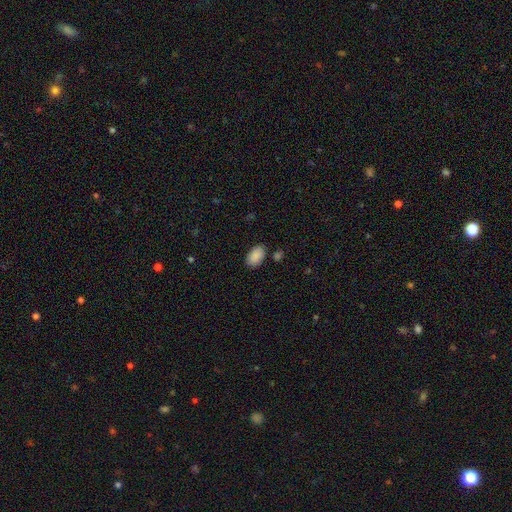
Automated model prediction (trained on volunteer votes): Smooth or featured? Predicted: smooth (p=0.89). How rounded? Predicted: in between (p=0.93). Merging? Predicted: none (p=0.83).